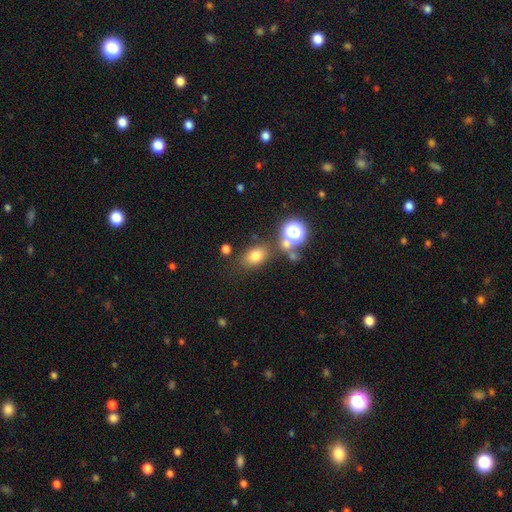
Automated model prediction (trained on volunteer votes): smooth-or-featured: smooth: 73% | star or artifact: 17% | featured or disk: 10%
  how-rounded: in between: 70% | round: 29% | cigar-shaped: 2%
  merging: none: 73% | minor disturbance: 13% | merger: 9% | major disturbance: 5%